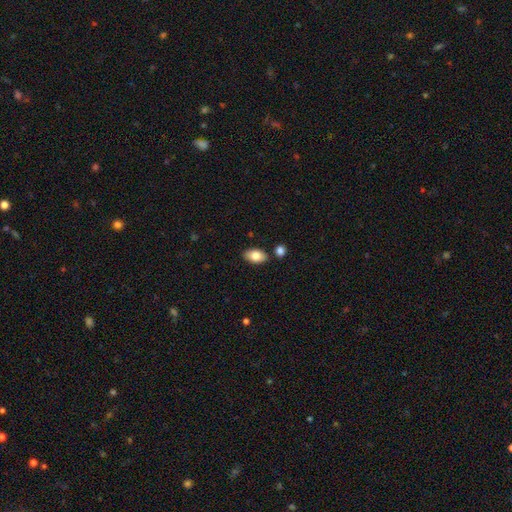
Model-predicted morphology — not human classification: Smooth or featured? Predicted: smooth (p=0.81). How rounded? Predicted: in between (p=0.92). Merging? Predicted: none (p=0.83).